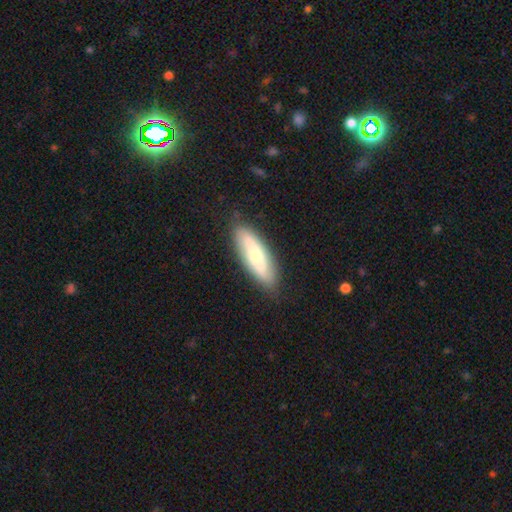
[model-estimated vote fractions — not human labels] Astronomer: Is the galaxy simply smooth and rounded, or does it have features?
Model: smooth — 67%.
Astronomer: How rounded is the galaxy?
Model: in between — 53% (runner-up: cigar-shaped, 45%).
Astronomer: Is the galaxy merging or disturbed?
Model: none — 83%.